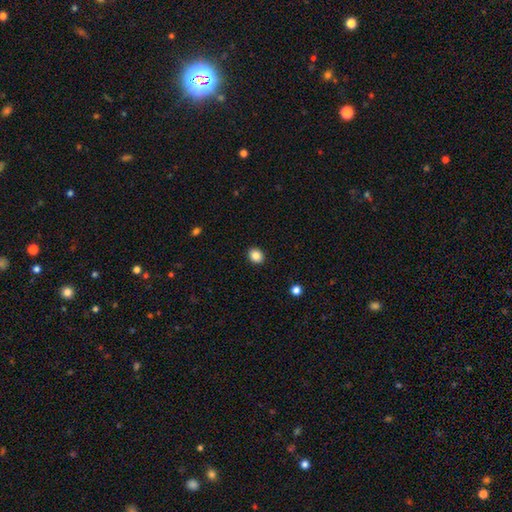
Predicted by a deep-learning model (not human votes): This is clearly a smooth galaxy (86%). How rounded: possibly round (58%). Merging: clearly none (91%).